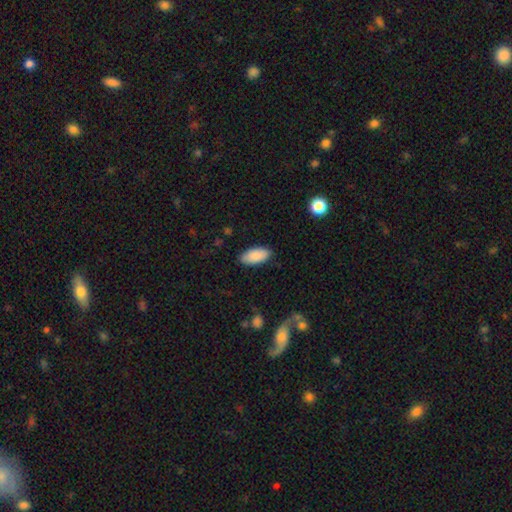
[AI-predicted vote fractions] Smooth or featured? Predicted: smooth (p=0.90). How rounded? Predicted: in between (p=0.93). Merging? Predicted: none (p=0.86).